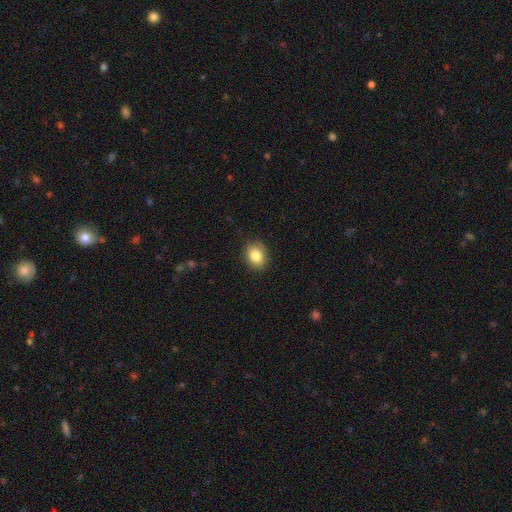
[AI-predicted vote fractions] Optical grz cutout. It shows a smooth galaxy with no disk features (84%) that is in between round and cigar-shaped (57%). Merging: none (85%).